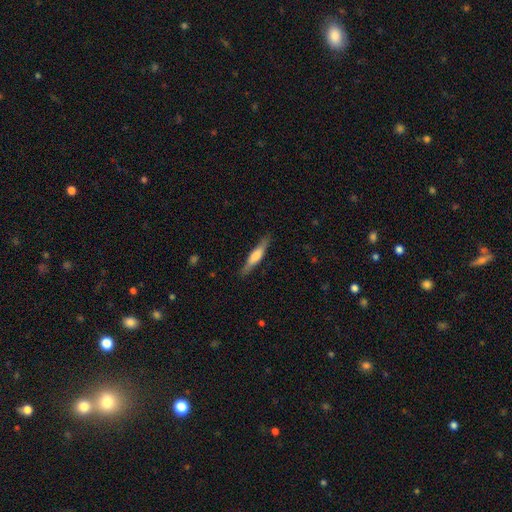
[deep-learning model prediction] The model was most divided on "smooth or featured": smooth: 50%, featured or disk: 44%, star or artifact: 6%. More confident: how rounded — cigar-shaped (87%); merging — none (87%).